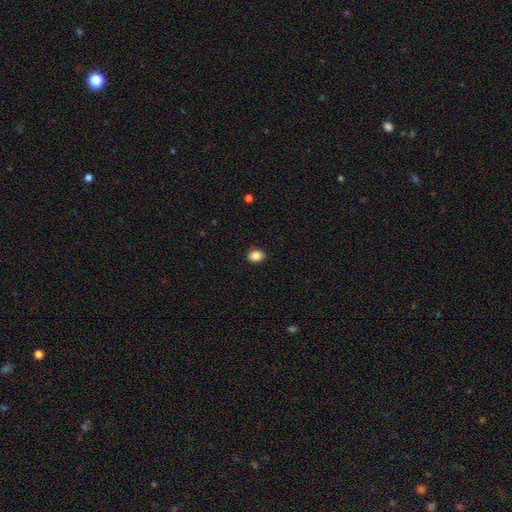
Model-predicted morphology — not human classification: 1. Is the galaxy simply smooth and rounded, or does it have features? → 87% smooth, 9% star or artifact, 4% featured or disk.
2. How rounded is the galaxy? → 56% in between, 43% round, 1% cigar-shaped.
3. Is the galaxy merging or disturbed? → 90% none, 7% minor disturbance, 2% major disturbance, 1% merger.